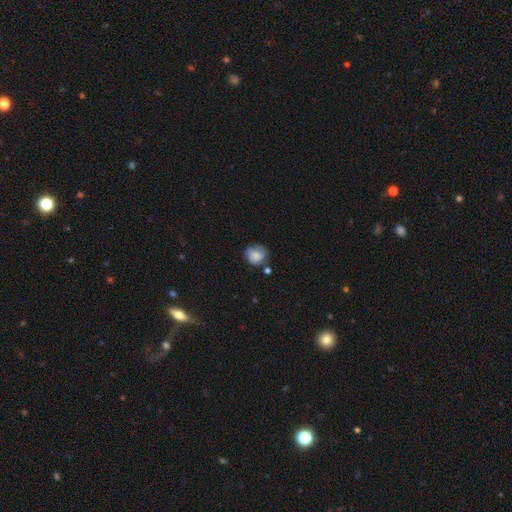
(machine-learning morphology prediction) smooth_or_featured: smooth (p=0.76) [alt: featured or disk p=0.15]
how_rounded: round (p=0.79) [alt: in between p=0.20]
merging: none (p=0.63) [alt: minor disturbance p=0.25]